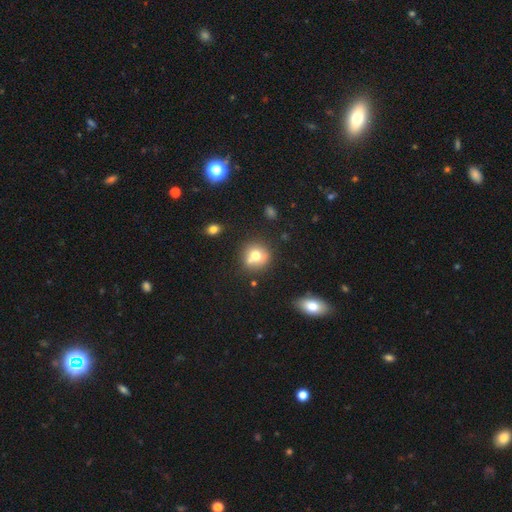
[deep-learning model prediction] Smooth or featured: smooth — 69% (featured or disk — 19%)
How rounded: round — 89% (in between — 10%)
Merging: none — 63% (merger — 19%)